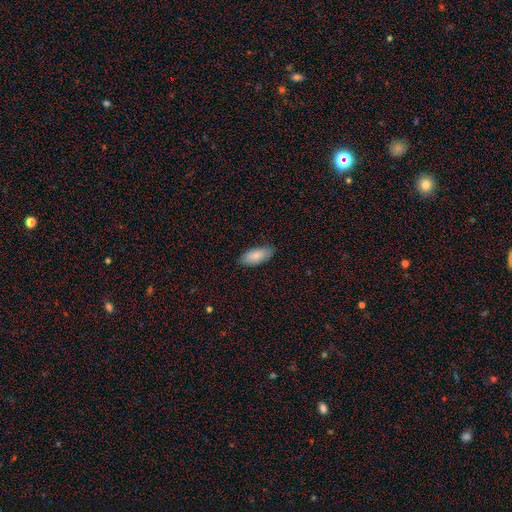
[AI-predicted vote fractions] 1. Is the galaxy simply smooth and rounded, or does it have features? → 85% smooth, 9% featured or disk, 6% star or artifact.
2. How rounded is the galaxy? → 88% in between, 10% cigar-shaped, 2% round.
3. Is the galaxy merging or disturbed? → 82% none, 14% minor disturbance, 2% major disturbance, 1% merger.